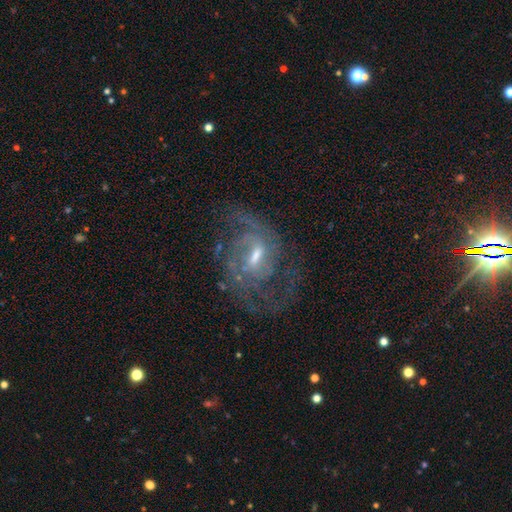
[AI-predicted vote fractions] A featured or disk galaxy (81%) with a weak bar (56%), 2 (36%) medium (44%) spiral arms (93%) and a moderate central bulge (47%).

Vote fractions:
- Smooth or featured? featured or disk: 81% / star or artifact: 11% / smooth: 8%
- Edge-on disk? no: 96% / yes: 4%
- Bar? weak: 56% / no: 22% / strong: 21%
- Spiral arms? yes: 93% / no: 7%
- Spiral winding? medium: 44% / tight: 39% / loose: 16%
- Spiral arm count? 2: 36% / can't tell: 31% / 3: 15% / 4: 7% / 1: 6% / more than 4: 5%
- Bulge size? moderate: 47% / small: 44% / none: 5% / large: 3% / dominant: 1%
- Merging? none: 66% / minor disturbance: 17% / major disturbance: 15% / merger: 2%